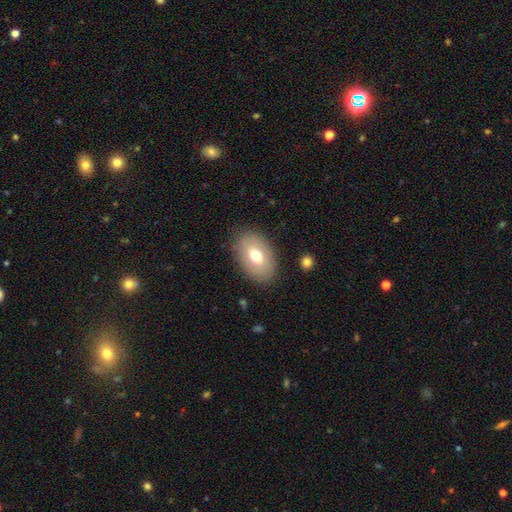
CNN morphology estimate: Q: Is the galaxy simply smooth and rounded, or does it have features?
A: smooth — 69%.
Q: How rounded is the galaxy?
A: in between — 90%.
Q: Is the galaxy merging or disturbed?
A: none — 84%.